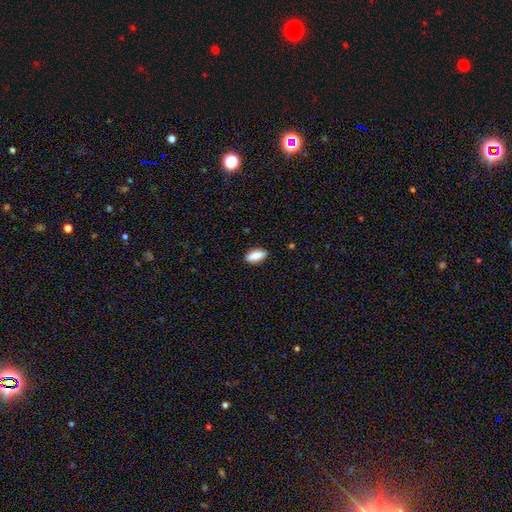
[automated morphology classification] Smooth or featured: smooth — 86% (featured or disk — 7%)
How rounded: in between — 81% (cigar-shaped — 17%)
Merging: none — 86% (minor disturbance — 10%)